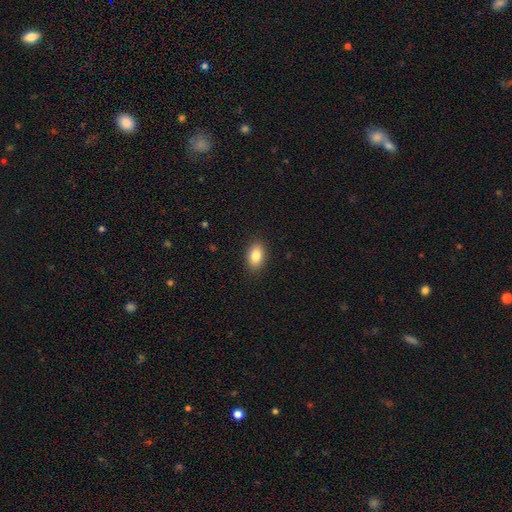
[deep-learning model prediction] Q: Smooth or featured?
A: smooth (84%); runner-up: star or artifact (8%)
Q: How rounded?
A: in between (88%); runner-up: round (10%)
Q: Merging?
A: none (89%); runner-up: minor disturbance (8%)